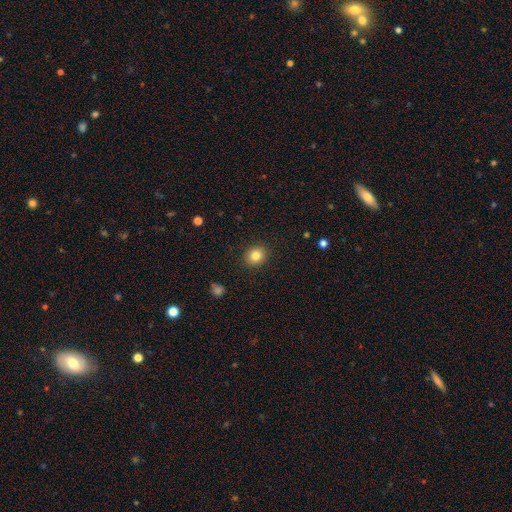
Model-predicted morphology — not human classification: Smooth or featured?
  - smooth: 83% *
  - star or artifact: 10%
  - featured or disk: 7%
How rounded?
  - round: 75% *
  - in between: 24%
  - cigar-shaped: 1%
Merging?
  - none: 91% *
  - minor disturbance: 6%
  - major disturbance: 2%
  - merger: 1%